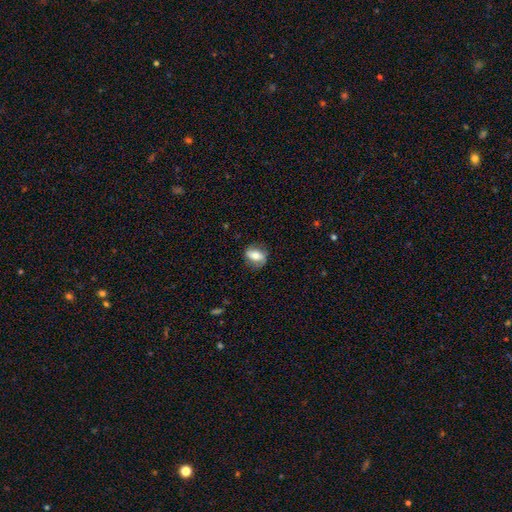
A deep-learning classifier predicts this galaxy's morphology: The model was most divided on "smooth or featured": smooth: 53%, featured or disk: 39%, star or artifact: 8%. More confident: merging — none (76%); how rounded — in between (73%).